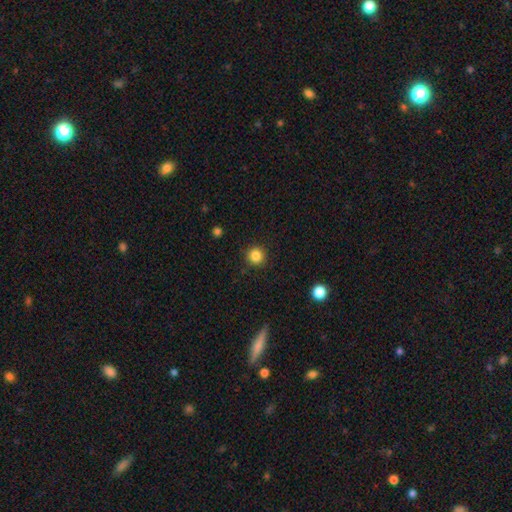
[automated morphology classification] This appears to be a smooth galaxy with no disk features (85%) that is round (94%). Merging: none (91%).